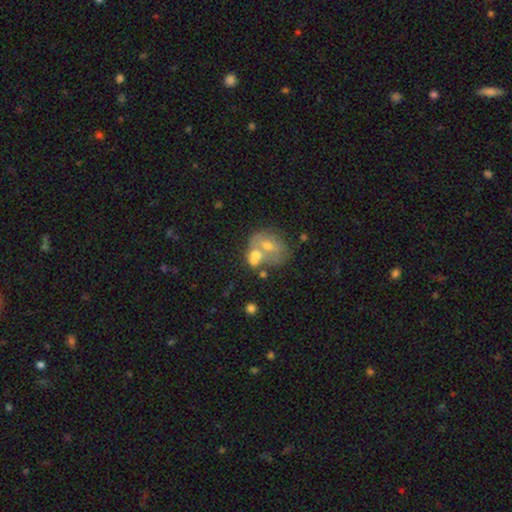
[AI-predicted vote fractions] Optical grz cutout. It shows a smooth galaxy with no disk features (52%) that is in between round and cigar-shaped (61%). Merging: merger (61%).